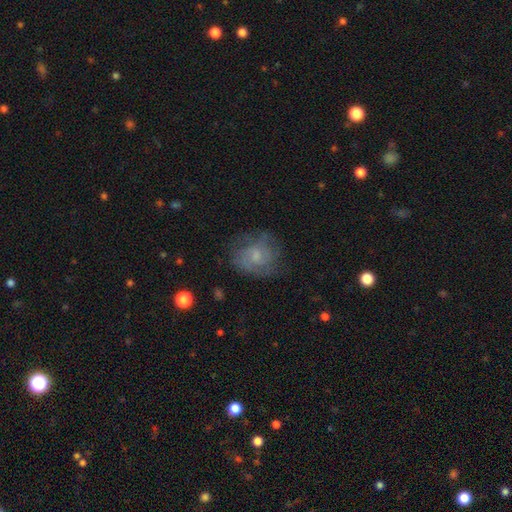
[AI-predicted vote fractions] A featured or disk galaxy (57%) with no bar (66%), spiral arms (79%) and a small central bulge (50%).

Vote fractions:
- Smooth or featured? featured or disk: 57% / smooth: 33% / star or artifact: 9%
- Edge-on disk? no: 98% / yes: 2%
- Bar? no: 66% / weak: 30% / strong: 4%
- Spiral arms? yes: 79% / no: 21%
- Bulge size? small: 50% / moderate: 31% / none: 15% / large: 3% / dominant: 1%
- Merging? none: 66% / minor disturbance: 21% / major disturbance: 12% / merger: 1%